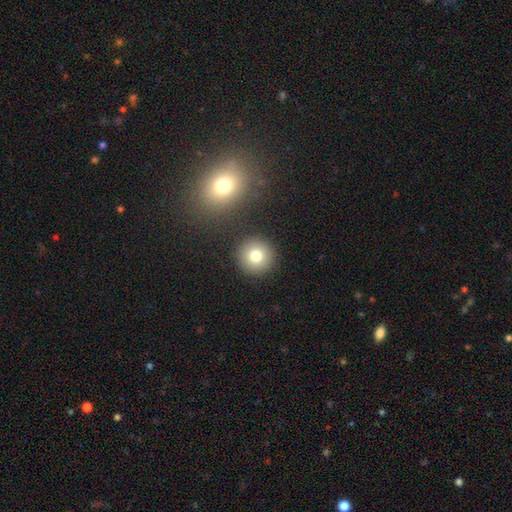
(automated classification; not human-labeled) Smooth or featured?
  - smooth: 78% *
  - star or artifact: 12%
  - featured or disk: 10%
How rounded?
  - round: 95% *
  - in between: 4%
  - cigar-shaped: 1%
Merging?
  - none: 89% *
  - minor disturbance: 6%
  - merger: 3%
  - major disturbance: 2%